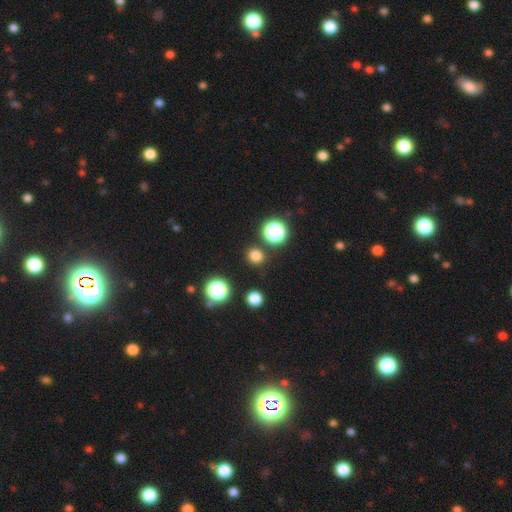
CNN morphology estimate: The model was most divided on "smooth or featured": smooth: 76%, star or artifact: 20%, featured or disk: 4%. More confident: how rounded — round (90%); merging — none (88%).